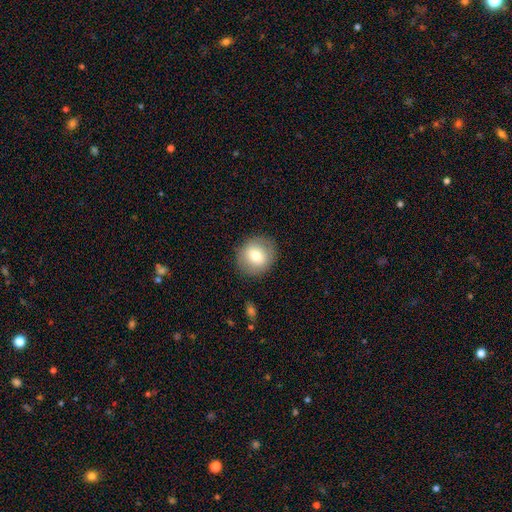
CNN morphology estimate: smooth-or-featured: smooth: 74% | featured or disk: 18% | star or artifact: 8%
  how-rounded: round: 85% | in between: 14% | cigar-shaped: 1%
  merging: none: 88% | minor disturbance: 8% | major disturbance: 3% | merger: 1%